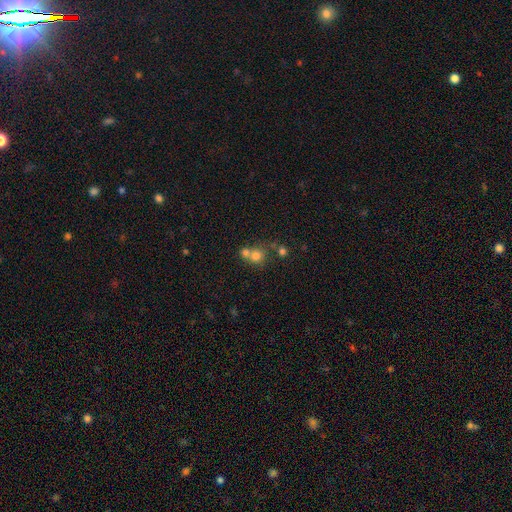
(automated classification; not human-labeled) This is likely a smooth galaxy (73%). How rounded: clearly round (85%). Merging: possibly merger (49%).